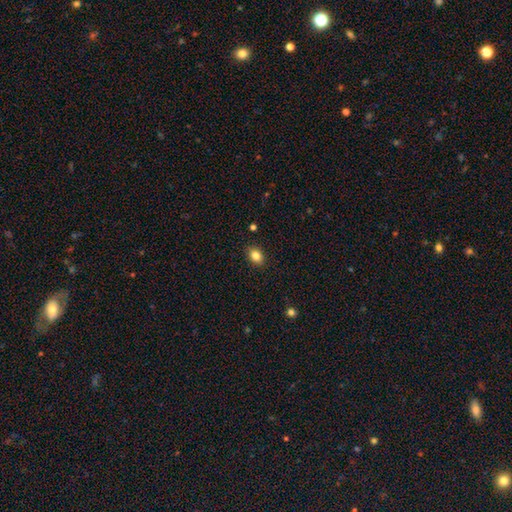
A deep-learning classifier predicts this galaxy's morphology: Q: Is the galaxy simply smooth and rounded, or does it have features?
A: smooth — 84%.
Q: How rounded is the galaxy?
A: in between — 70%.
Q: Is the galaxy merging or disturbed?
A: none — 89%.